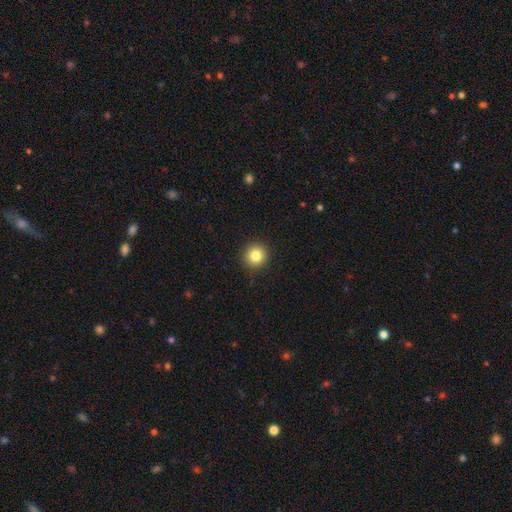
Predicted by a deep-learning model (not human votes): Overall: smooth (83%). How rounded: round (94%). Merging: none (91%).